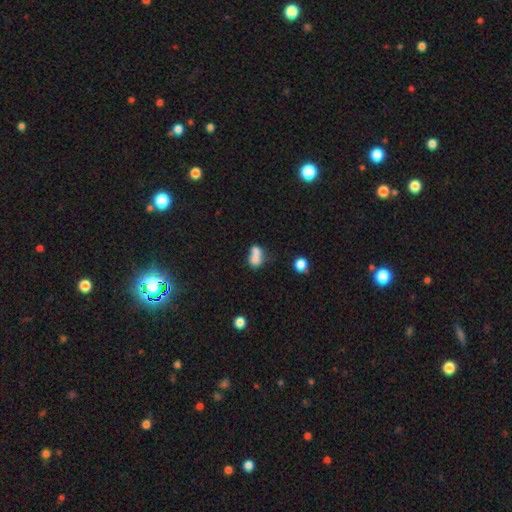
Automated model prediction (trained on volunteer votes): smooth 72%, featured or disk 17%, star or artifact 11%. Down the decision tree: how rounded — in between (58%); merging — merger (65%).